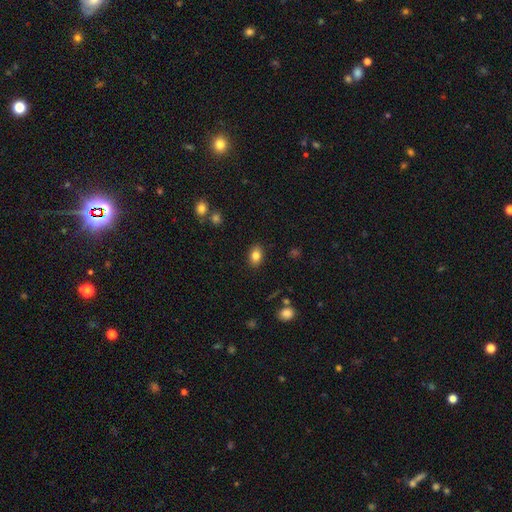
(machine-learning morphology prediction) This is clearly a smooth galaxy (83%). How rounded: likely in between (78%). Merging: clearly none (87%).